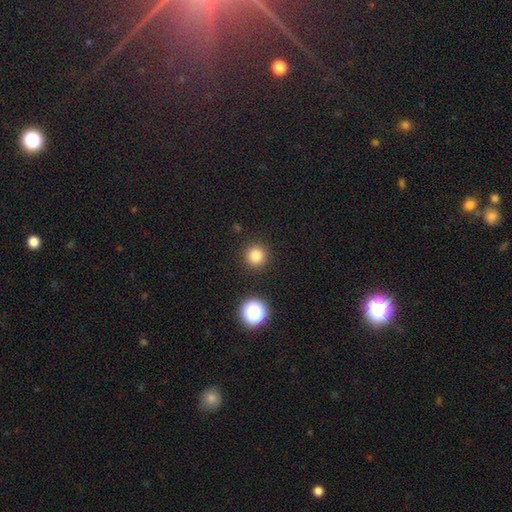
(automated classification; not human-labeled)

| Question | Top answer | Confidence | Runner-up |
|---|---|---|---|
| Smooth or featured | smooth | 82% | star or artifact (13%) |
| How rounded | round | 95% | in between (4%) |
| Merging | none | 91% | minor disturbance (5%) |